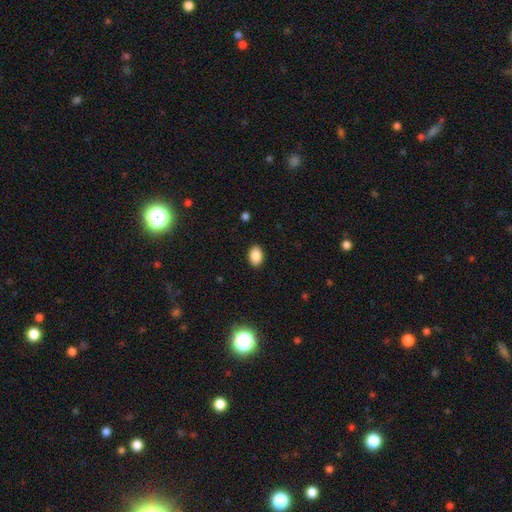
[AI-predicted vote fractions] The model was most divided on "how rounded": in between: 86%, round: 12%, cigar-shaped: 1%. More confident: merging — none (89%); smooth or featured — smooth (88%).